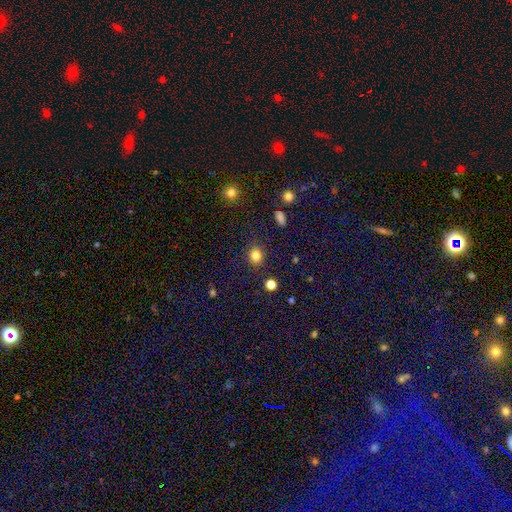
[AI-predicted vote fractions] smooth_or_featured: smooth (p=0.82) [alt: star or artifact p=0.13]
how_rounded: round (p=0.76) [alt: in between p=0.23]
merging: none (p=0.87) [alt: minor disturbance p=0.08]